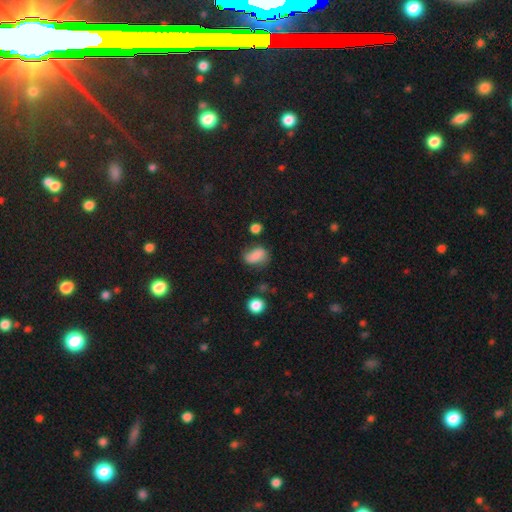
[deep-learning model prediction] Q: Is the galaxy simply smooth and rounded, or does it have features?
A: smooth — 75%.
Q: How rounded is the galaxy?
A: in between — 82%.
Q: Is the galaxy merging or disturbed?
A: none — 56%.